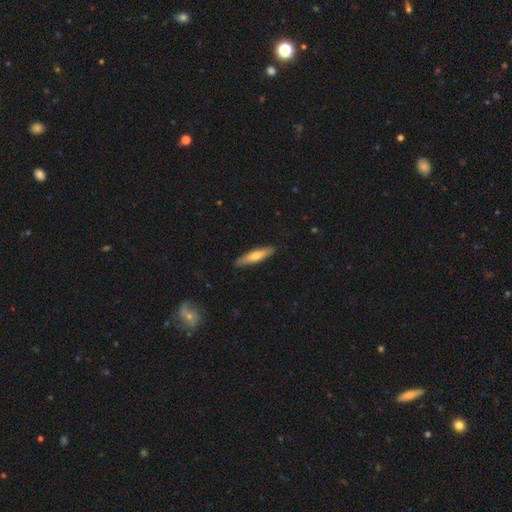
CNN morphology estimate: A smooth galaxy with no disk features (59%) that is cigar-shaped (82%). Merging: none (90%).